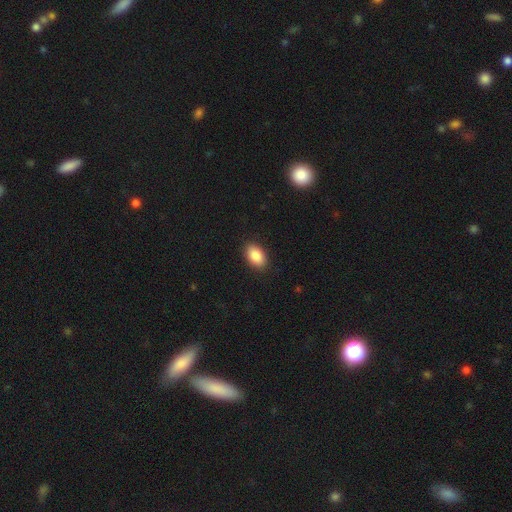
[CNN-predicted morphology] A smooth galaxy with no disk features (89%) that is in between round and cigar-shaped (90%).

Vote fractions:
- Smooth or featured? smooth: 89% / star or artifact: 7% / featured or disk: 4%
- How rounded? in between: 90% / round: 8% / cigar-shaped: 1%
- Merging? none: 89% / minor disturbance: 8% / major disturbance: 2% / merger: 1%